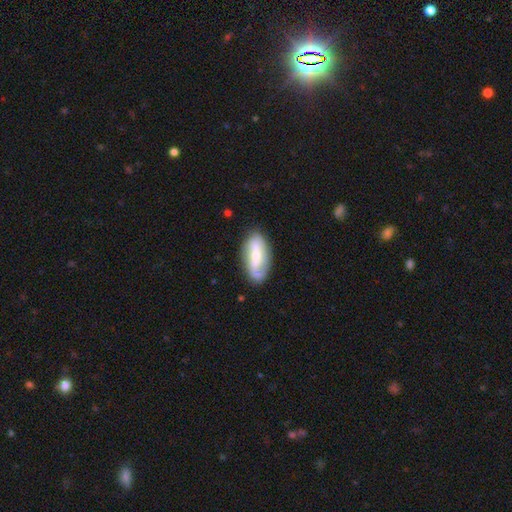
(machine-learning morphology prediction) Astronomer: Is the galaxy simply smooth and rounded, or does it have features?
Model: featured or disk — 51% (runner-up: smooth, 42%).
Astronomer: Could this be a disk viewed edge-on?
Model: no — 88%.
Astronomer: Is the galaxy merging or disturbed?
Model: none — 70%.